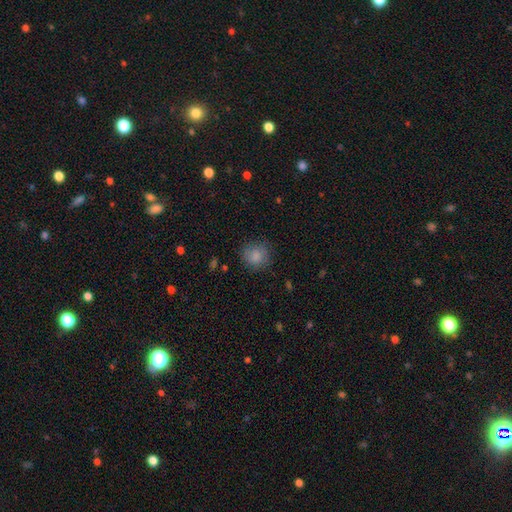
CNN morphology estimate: A smooth galaxy with no disk features (85%) that is round (86%). Merging: none (80%).